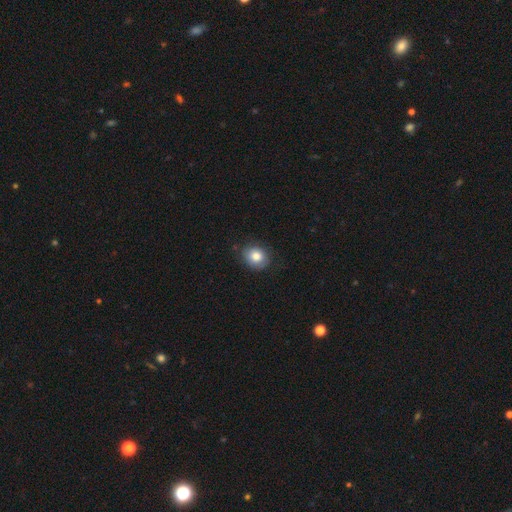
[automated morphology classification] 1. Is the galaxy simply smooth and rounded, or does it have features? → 80% smooth, 11% featured or disk, 9% star or artifact.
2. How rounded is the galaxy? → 67% round, 32% in between, 1% cigar-shaped.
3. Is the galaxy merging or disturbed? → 78% none, 17% minor disturbance, 4% major disturbance, 1% merger.